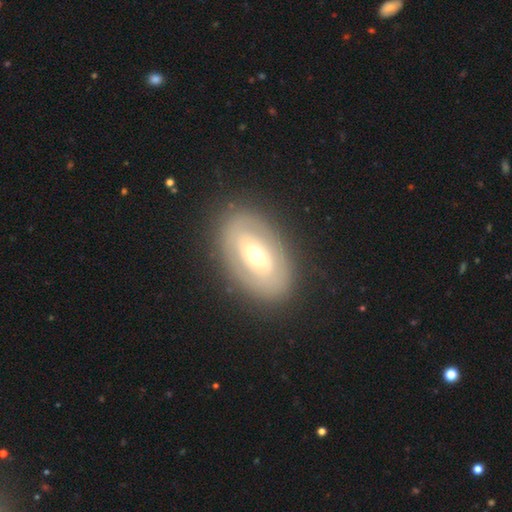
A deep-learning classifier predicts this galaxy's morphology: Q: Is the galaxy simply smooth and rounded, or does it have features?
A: featured or disk — 58%.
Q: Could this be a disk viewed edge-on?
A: no — 90%.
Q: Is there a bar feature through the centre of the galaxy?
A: no — 55%.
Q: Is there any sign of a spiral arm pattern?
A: no — 66%.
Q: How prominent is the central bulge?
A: moderate — 58%.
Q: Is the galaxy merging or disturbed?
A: none — 85%.